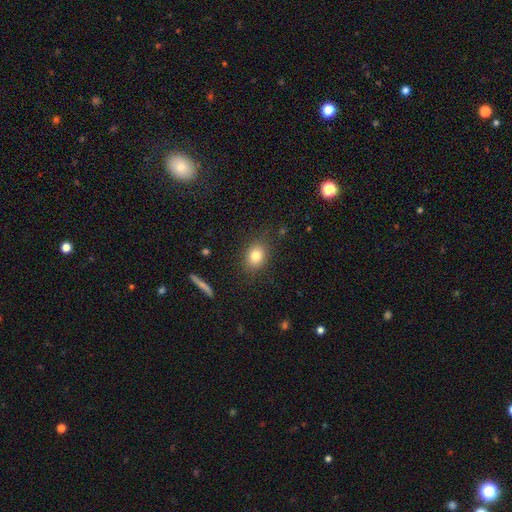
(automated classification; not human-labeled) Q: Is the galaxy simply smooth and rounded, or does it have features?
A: smooth — 81%.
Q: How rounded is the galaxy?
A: in between — 53%.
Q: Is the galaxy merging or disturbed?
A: none — 85%.